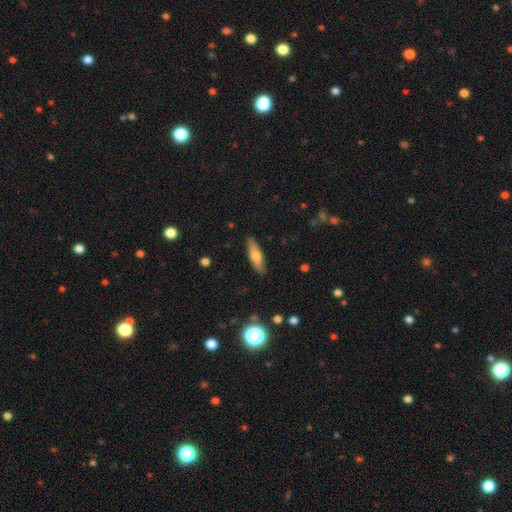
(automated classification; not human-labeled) This is likely a smooth galaxy (62%). How rounded: possibly cigar-shaped (53%). Merging: clearly none (88%).